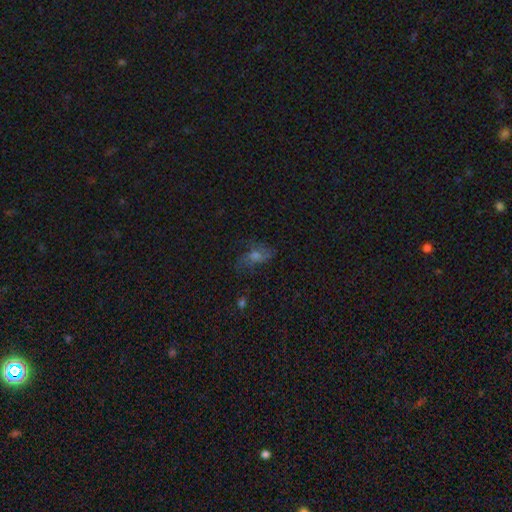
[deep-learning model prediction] This is marginally a featured or disk galaxy (44%). Merging: possibly none (60%).